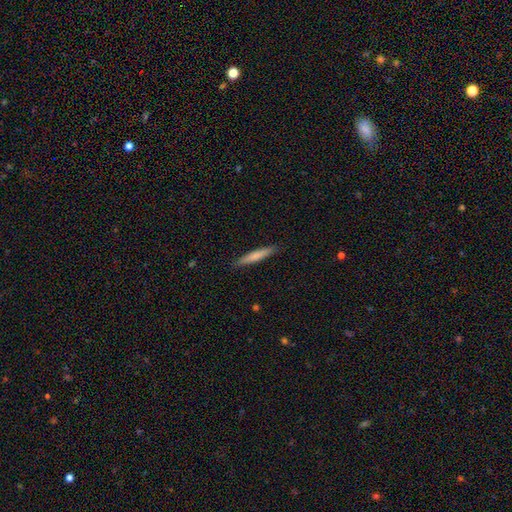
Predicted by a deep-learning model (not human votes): A smooth galaxy with no disk features (74%) that is cigar-shaped (93%). Merging: none (90%).